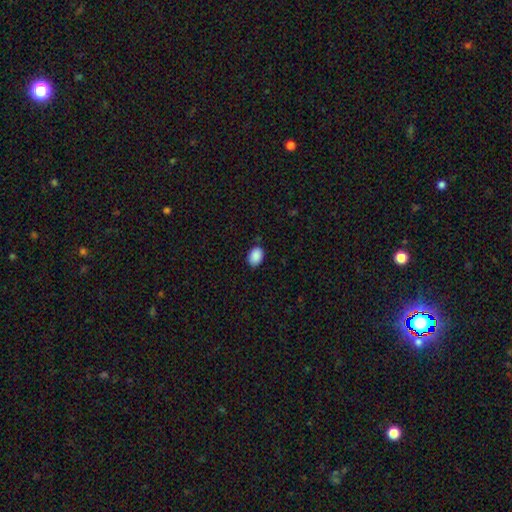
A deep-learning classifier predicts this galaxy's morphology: Q: Smooth or featured?
A: smooth (90%); runner-up: star or artifact (7%)
Q: How rounded?
A: in between (74%); runner-up: round (25%)
Q: Merging?
A: none (84%); runner-up: minor disturbance (13%)